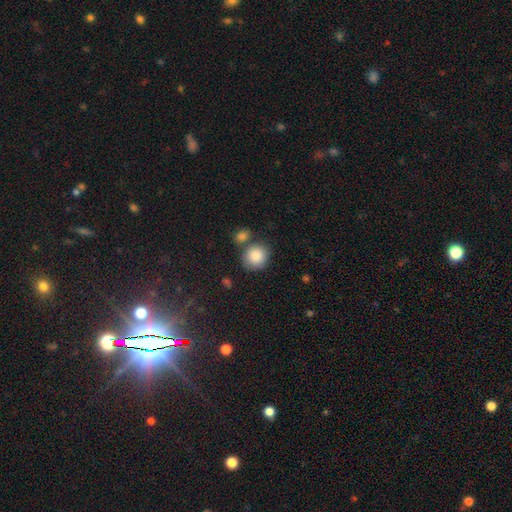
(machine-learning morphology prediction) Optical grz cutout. It shows a smooth galaxy with no disk features (87%) that is round (85%). Merging: none (65%).